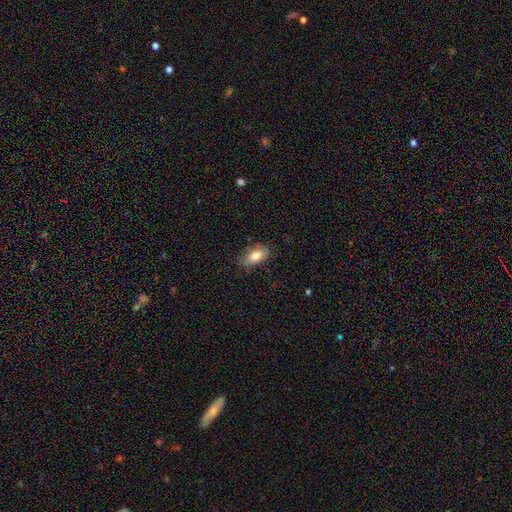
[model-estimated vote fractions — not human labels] Q: Smooth or featured?
A: smooth (82%); runner-up: featured or disk (12%)
Q: How rounded?
A: in between (90%); runner-up: cigar-shaped (6%)
Q: Merging?
A: none (76%); runner-up: minor disturbance (19%)